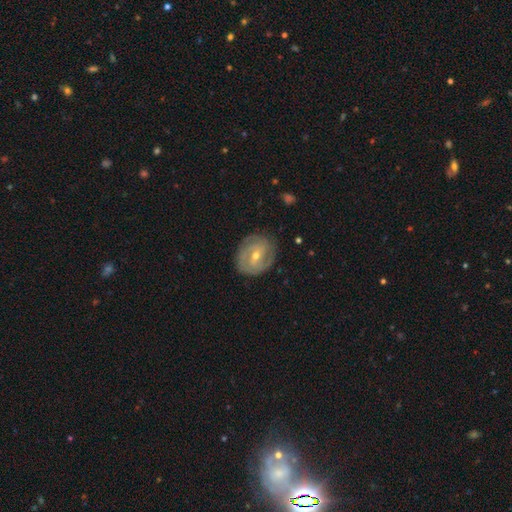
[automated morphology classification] The model was most divided on "bulge size" (2-way tie): small: 49%, moderate: 49%, large: 1%, none: 1%, dominant: 1%. Remaining: edge-on disk — no (97%); spiral arms — yes (89%); merging — none (81%); smooth or featured — featured or disk (79%); spiral winding — tight (61%); spiral arm count — 2 (53%); bar — weak (47%).